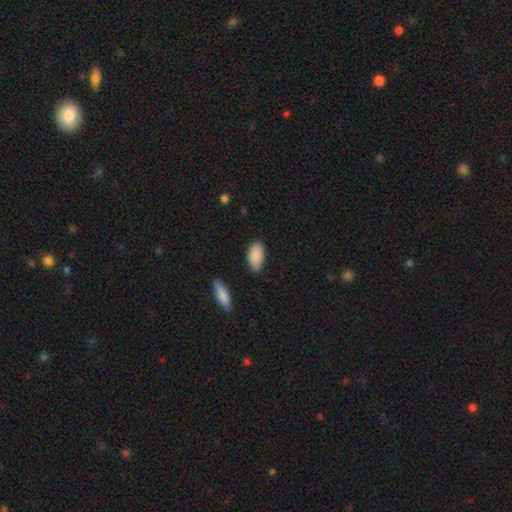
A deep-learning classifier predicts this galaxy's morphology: smooth_or_featured: smooth (p=0.90) [alt: star or artifact p=0.06]
how_rounded: in between (p=0.94) [alt: cigar-shaped p=0.03]
merging: none (p=0.82) [alt: minor disturbance p=0.13]